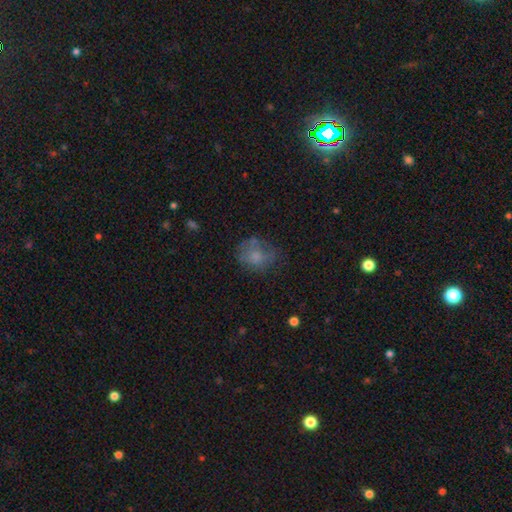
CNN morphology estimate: This appears to be a smooth galaxy with no disk features (67%) that is round (62%). Merging: none (54%).